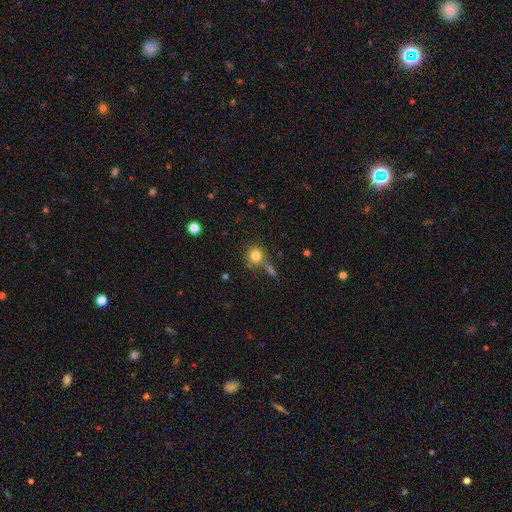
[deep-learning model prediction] smooth_or_featured: smooth (p=0.80) [alt: star or artifact p=0.11]
how_rounded: round (p=0.86) [alt: in between p=0.13]
merging: none (p=0.64) [alt: merger p=0.16]